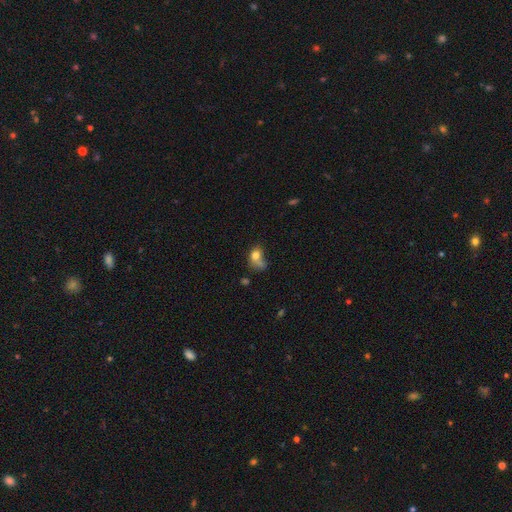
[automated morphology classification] smooth_or_featured: smooth (p=0.73) [alt: featured or disk p=0.16]
how_rounded: in between (p=0.55) [alt: round p=0.44]
merging: merger (p=0.33) [alt: none p=0.28]